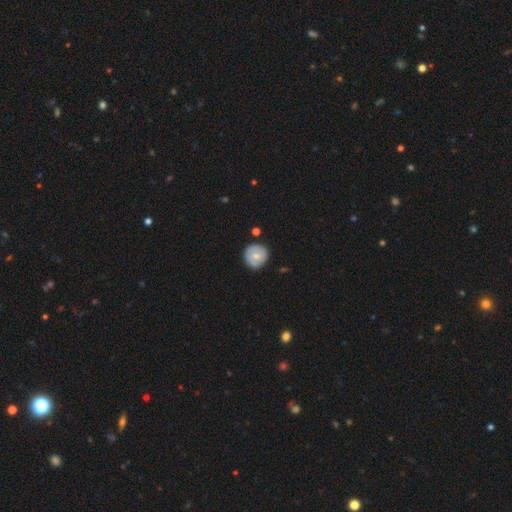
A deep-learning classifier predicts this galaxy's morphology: Smooth or featured? smooth (68%)
How rounded? round (93%)
Merging? none (84%)